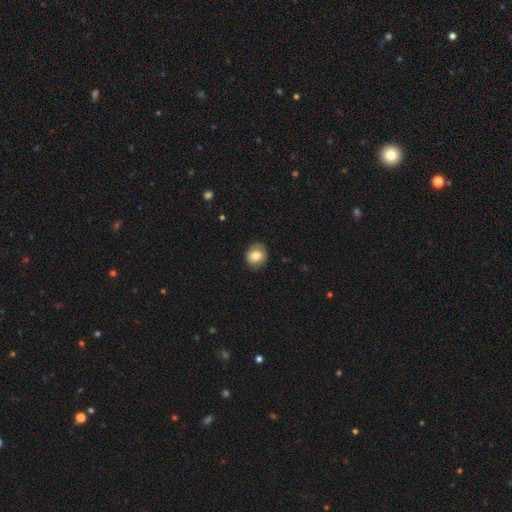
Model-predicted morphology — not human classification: smooth 76%, featured or disk 15%, star or artifact 8%. Down the decision tree: how rounded — round (69%); merging — none (83%).